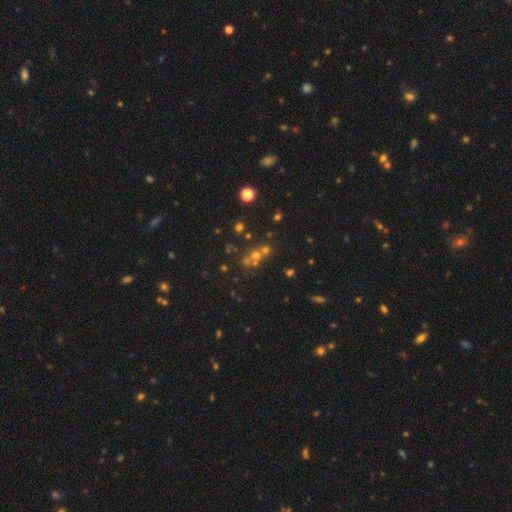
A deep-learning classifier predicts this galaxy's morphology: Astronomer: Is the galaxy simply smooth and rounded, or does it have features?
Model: smooth — 44% (runner-up: star or artifact, 34%).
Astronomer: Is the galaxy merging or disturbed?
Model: none — 49% (runner-up: merger, 38%).